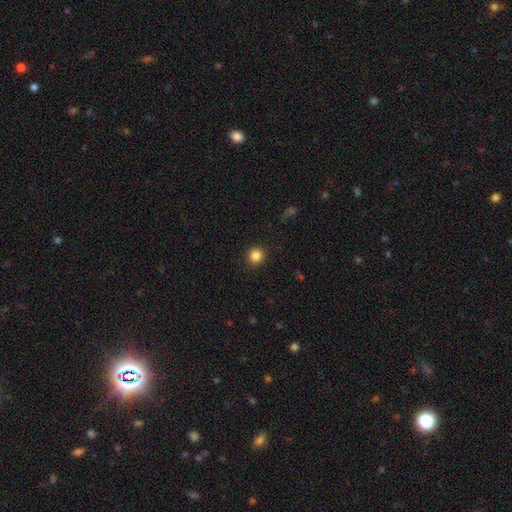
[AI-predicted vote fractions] smooth-or-featured: smooth: 84% | star or artifact: 11% | featured or disk: 5%
  how-rounded: round: 91% | in between: 8% | cigar-shaped: 1%
  merging: none: 91% | minor disturbance: 6% | major disturbance: 2% | merger: 1%